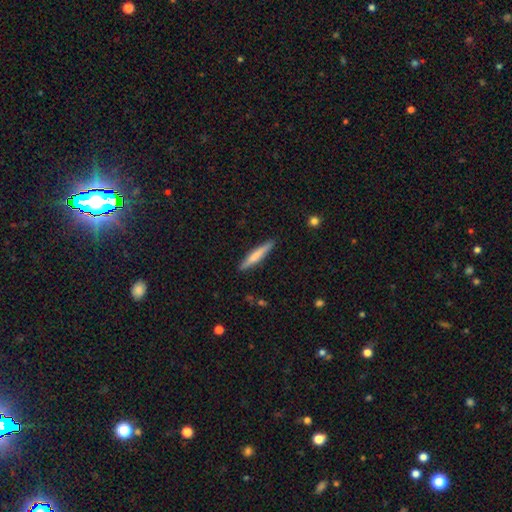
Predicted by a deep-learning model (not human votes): Q: Smooth or featured?
A: smooth (64%); runner-up: featured or disk (30%)
Q: How rounded?
A: cigar-shaped (93%); runner-up: in between (6%)
Q: Merging?
A: none (89%); runner-up: minor disturbance (8%)